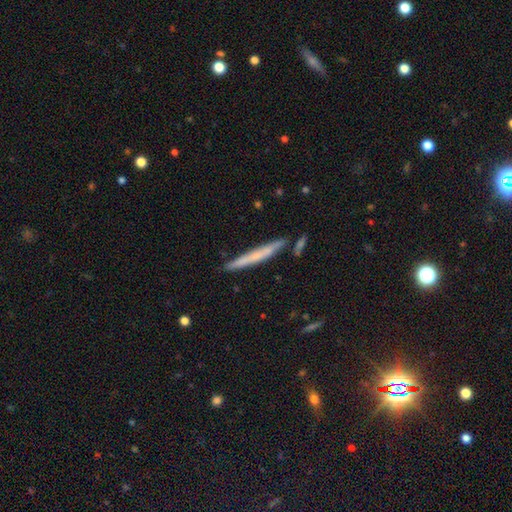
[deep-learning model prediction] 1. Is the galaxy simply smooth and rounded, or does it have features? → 50% smooth, 43% featured or disk, 7% star or artifact.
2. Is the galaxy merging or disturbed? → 77% none, 14% minor disturbance, 6% merger, 3% major disturbance.